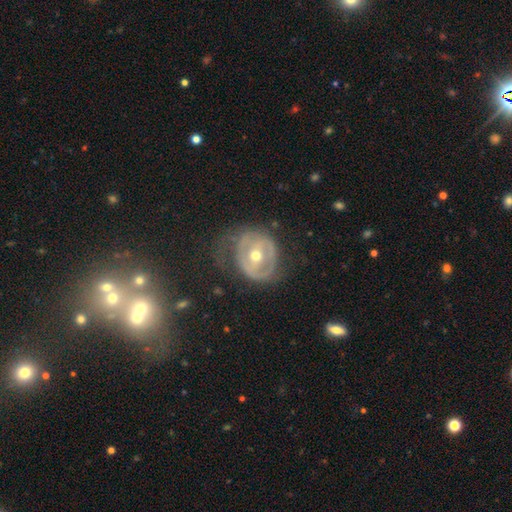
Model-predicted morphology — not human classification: Overall: featured or disk (72%). Edge-on disk: no (95%). Bar: weak (37%; strong 32%). Spiral arms: yes (51%; no 49%). Bulge size: moderate (65%; small 32%). Merging: none (53%; minor disturbance 25%).